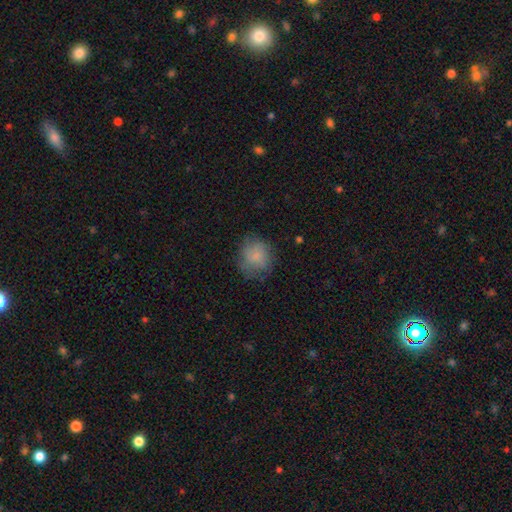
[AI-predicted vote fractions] The model was most divided on "merging": none: 71%, minor disturbance: 21%, major disturbance: 8%, merger: 1%. More confident: how rounded — round (84%); smooth or featured — smooth (78%).